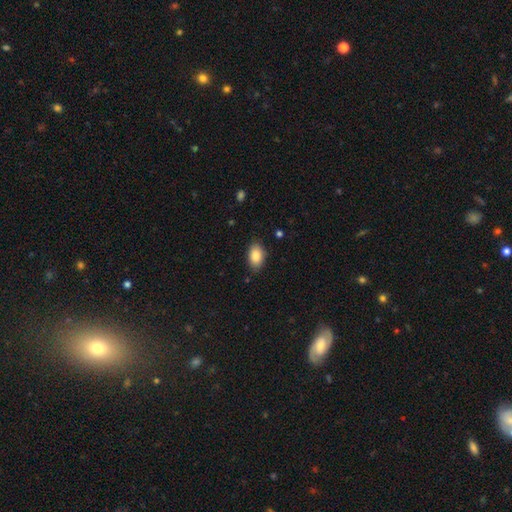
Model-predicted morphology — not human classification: Smooth or featured? smooth (87%)
How rounded? in between (90%)
Merging? none (86%)